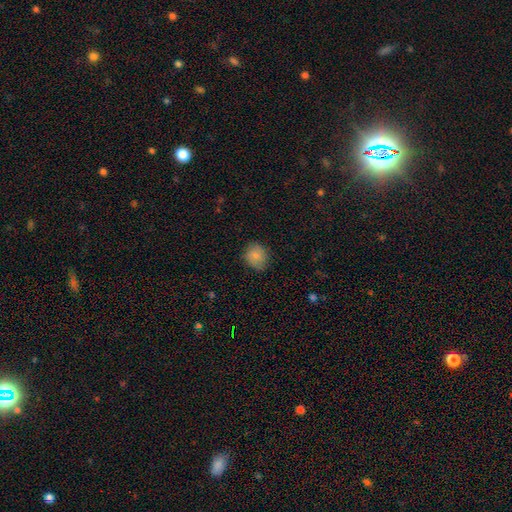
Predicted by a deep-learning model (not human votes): Q: Smooth or featured?
A: smooth (85%); runner-up: star or artifact (9%)
Q: How rounded?
A: round (75%); runner-up: in between (24%)
Q: Merging?
A: none (79%); runner-up: minor disturbance (16%)